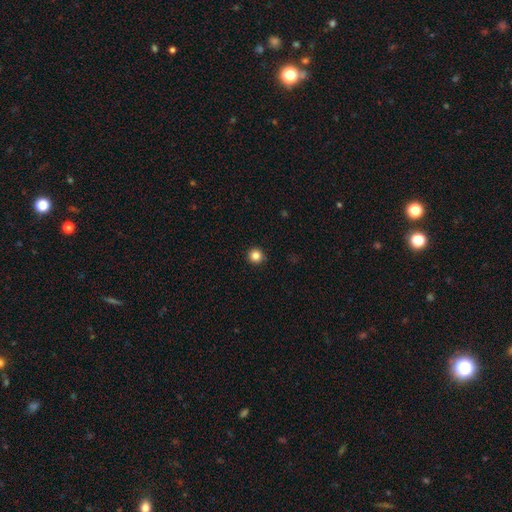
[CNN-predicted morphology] Smooth or featured? smooth (84%)
How rounded? round (96%)
Merging? none (93%)